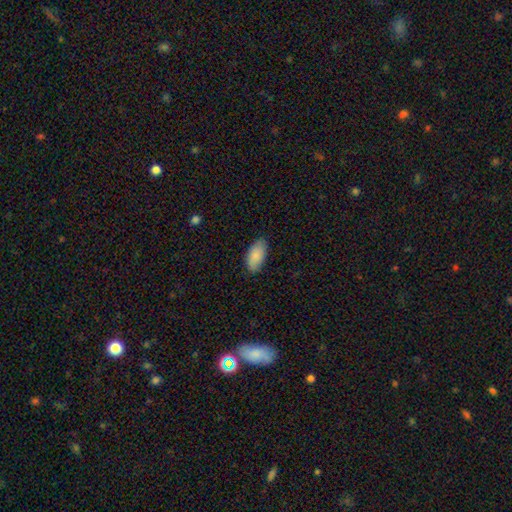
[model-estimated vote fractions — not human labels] This appears to be a smooth galaxy with no disk features (86%) that is in between round and cigar-shaped (94%). Merging: none (83%).